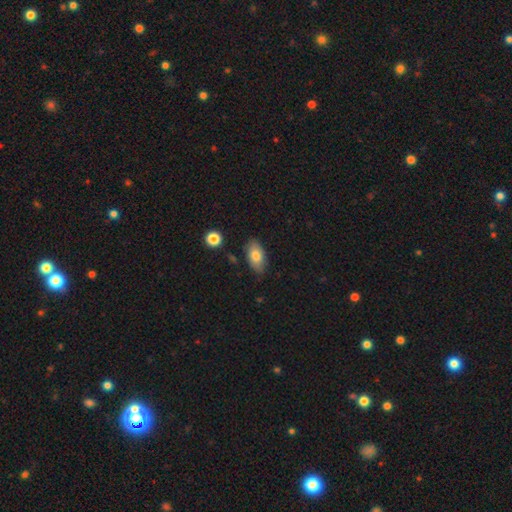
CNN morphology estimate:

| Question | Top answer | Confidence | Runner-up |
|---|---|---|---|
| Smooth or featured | smooth | 78% | featured or disk (15%) |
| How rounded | in between | 92% | round (5%) |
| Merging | none | 80% | minor disturbance (15%) |